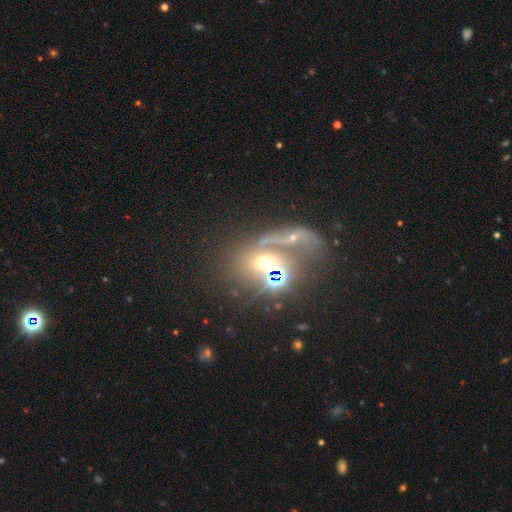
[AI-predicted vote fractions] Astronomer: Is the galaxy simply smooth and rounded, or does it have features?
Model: featured or disk — 47% (runner-up: smooth, 33%).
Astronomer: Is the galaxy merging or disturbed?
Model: merger — 52%.